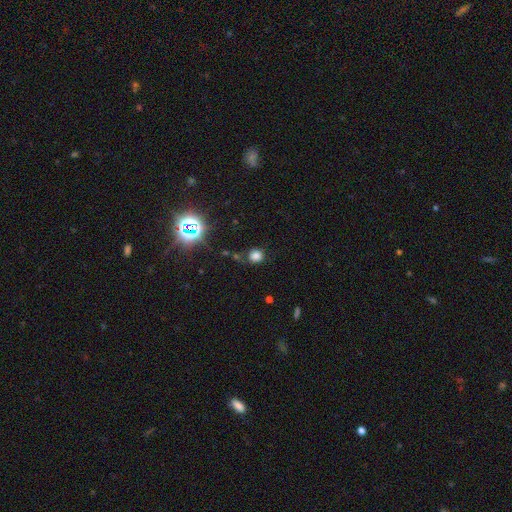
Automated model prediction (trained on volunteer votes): smooth 71%, star or artifact 23%, featured or disk 6%. Down the decision tree: how rounded — round (82%); merging — none (73%).